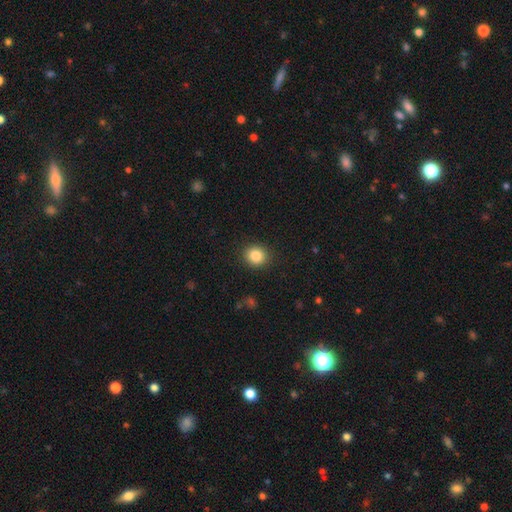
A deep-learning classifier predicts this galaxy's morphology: Smooth or featured? smooth (84%)
How rounded? round (85%)
Merging? none (91%)